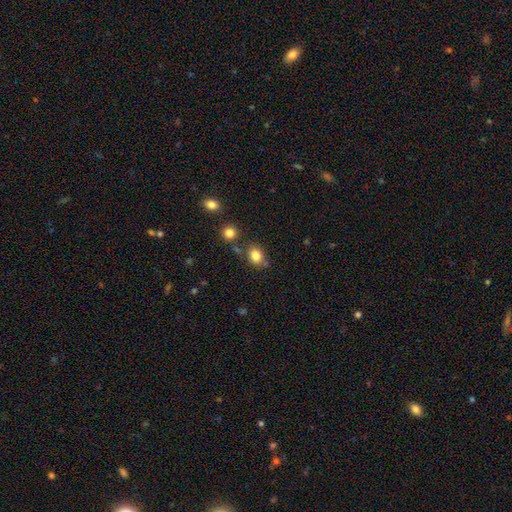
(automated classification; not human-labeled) This is clearly a smooth galaxy (83%). How rounded: possibly round (55%). Merging: likely none (73%).